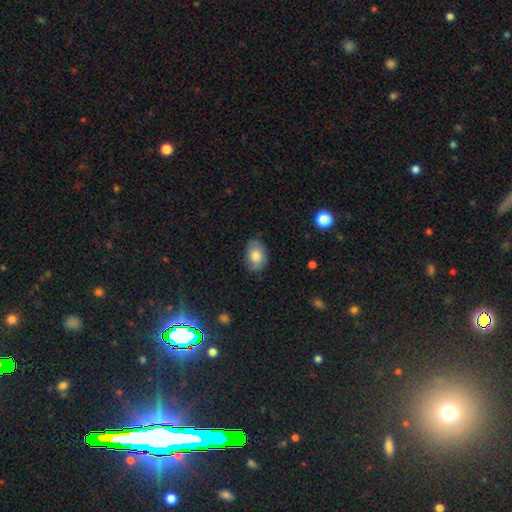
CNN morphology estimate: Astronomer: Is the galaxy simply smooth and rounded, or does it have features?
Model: smooth — 72%.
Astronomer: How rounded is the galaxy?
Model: in between — 81%.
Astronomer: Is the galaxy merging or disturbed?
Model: none — 75%.